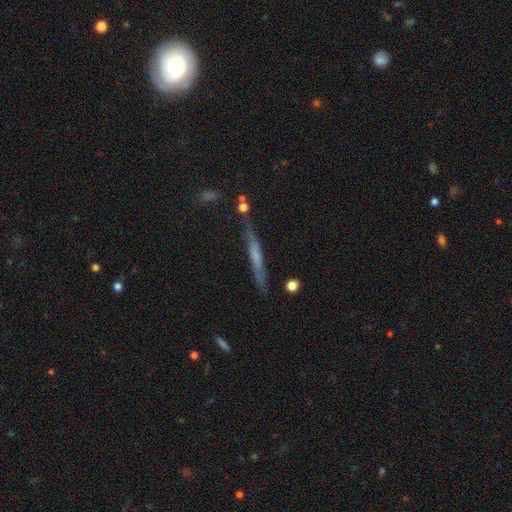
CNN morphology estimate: A featured or disk galaxy (52%) viewed edge-on (91%).

Vote fractions:
- Smooth or featured? featured or disk: 52% / smooth: 39% / star or artifact: 9%
- Edge-on disk? yes: 91% / no: 9%
- Merging? none: 76% / minor disturbance: 16% / major disturbance: 4% / merger: 4%